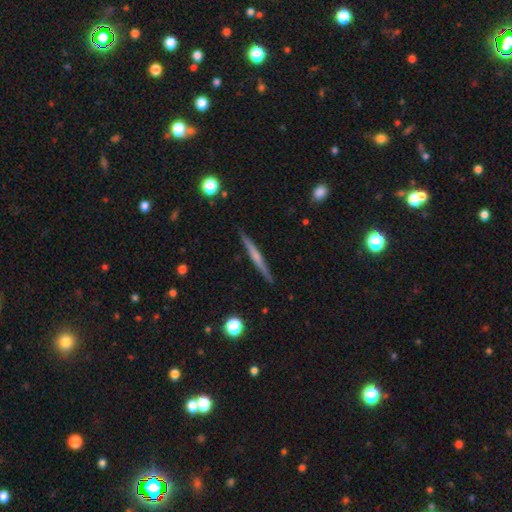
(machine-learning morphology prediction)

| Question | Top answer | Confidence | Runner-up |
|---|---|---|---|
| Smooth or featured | featured or disk | 60% | smooth (34%) |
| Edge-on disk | yes | 98% | no (2%) |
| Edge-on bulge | none | 53% | rounded (39%) |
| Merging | none | 90% | minor disturbance (7%) |